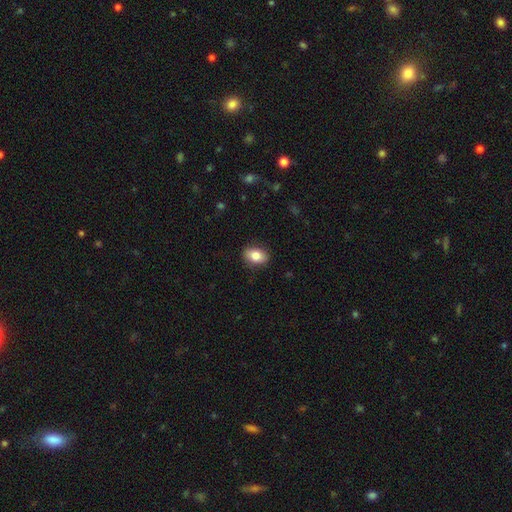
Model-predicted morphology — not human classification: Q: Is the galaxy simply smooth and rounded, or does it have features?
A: smooth — 81%.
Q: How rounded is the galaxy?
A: in between — 79%.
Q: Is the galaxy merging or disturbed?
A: none — 87%.